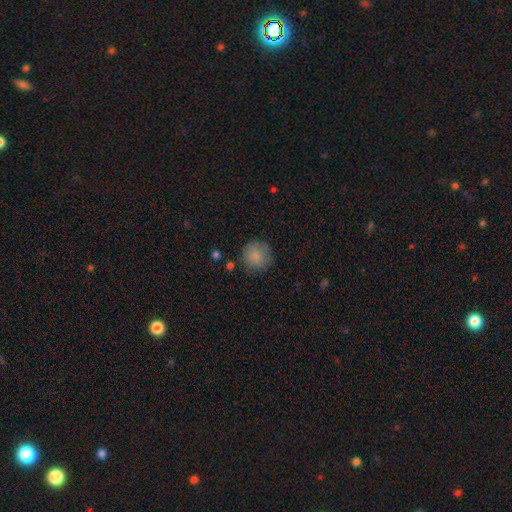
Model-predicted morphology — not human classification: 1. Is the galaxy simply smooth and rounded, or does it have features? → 85% smooth, 8% star or artifact, 6% featured or disk.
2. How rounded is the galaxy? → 94% round, 5% in between, 1% cigar-shaped.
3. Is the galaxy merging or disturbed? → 82% none, 12% minor disturbance, 4% major disturbance, 2% merger.